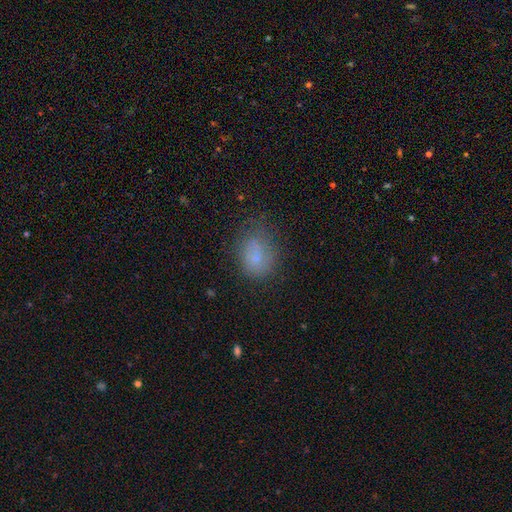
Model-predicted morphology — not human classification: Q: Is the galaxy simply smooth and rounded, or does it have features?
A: smooth — 67%.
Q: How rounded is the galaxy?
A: in between — 59%.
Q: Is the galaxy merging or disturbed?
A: none — 53%.